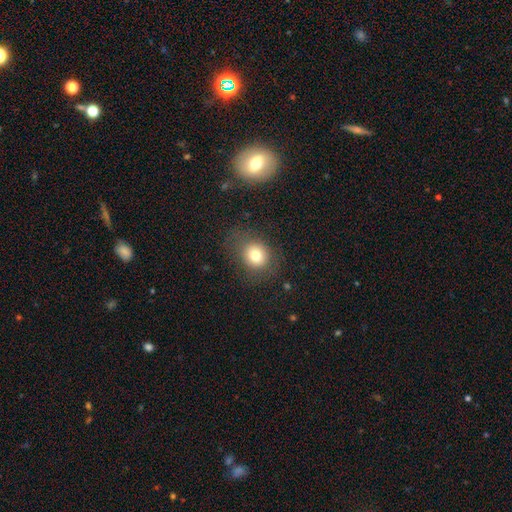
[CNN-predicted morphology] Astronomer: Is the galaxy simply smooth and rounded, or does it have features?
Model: smooth — 76%.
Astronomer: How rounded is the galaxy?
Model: round — 72%.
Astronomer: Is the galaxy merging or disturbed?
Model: none — 74%.